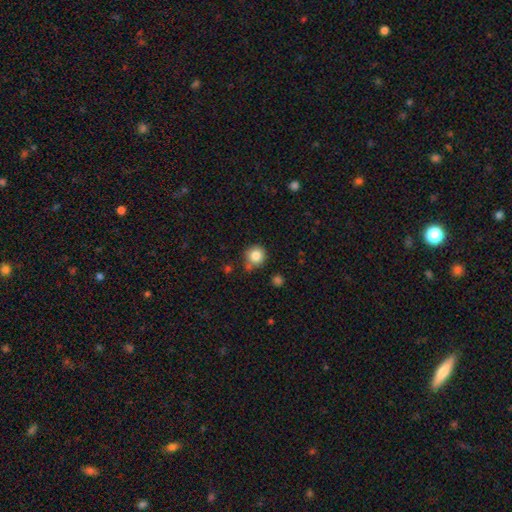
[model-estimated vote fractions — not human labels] smooth_or_featured: smooth (p=0.83) [alt: star or artifact p=0.11]
how_rounded: round (p=0.93) [alt: in between p=0.06]
merging: none (p=0.77) [alt: minor disturbance p=0.13]